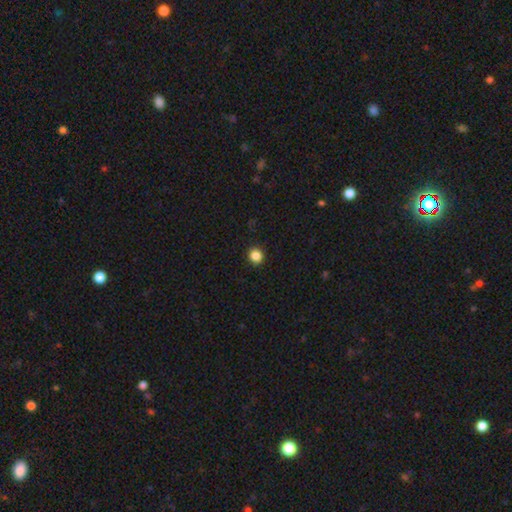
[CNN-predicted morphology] smooth_or_featured: smooth (p=0.85) [alt: star or artifact p=0.11]
how_rounded: round (p=0.87) [alt: in between p=0.12]
merging: none (p=0.93) [alt: minor disturbance p=0.05]